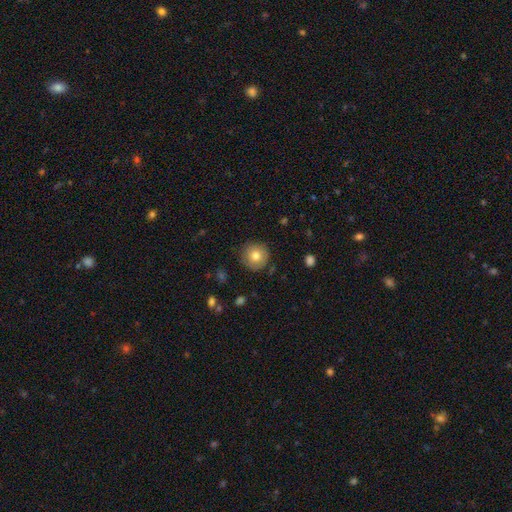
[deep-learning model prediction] smooth-or-featured: smooth: 77% | featured or disk: 14% | star or artifact: 9%
  how-rounded: round: 95% | in between: 4% | cigar-shaped: 1%
  merging: none: 86% | minor disturbance: 10% | major disturbance: 3% | merger: 1%